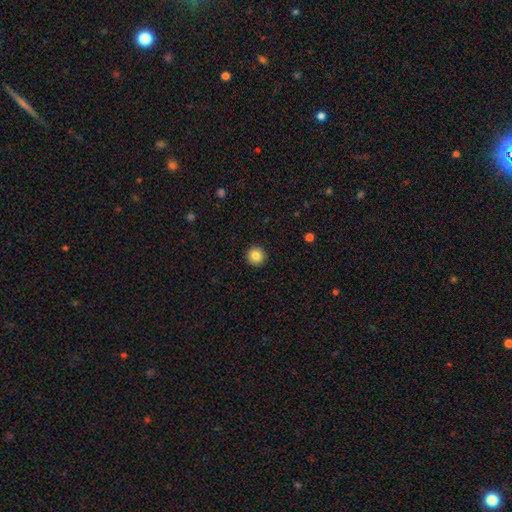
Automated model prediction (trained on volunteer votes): Q: Smooth or featured?
A: smooth (85%); runner-up: star or artifact (9%)
Q: How rounded?
A: round (96%); runner-up: in between (3%)
Q: Merging?
A: none (93%); runner-up: minor disturbance (4%)